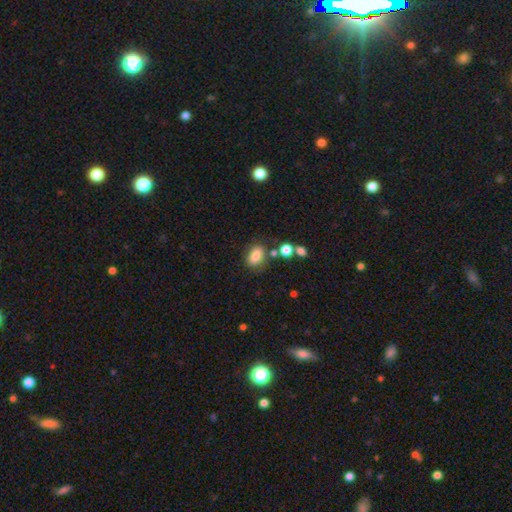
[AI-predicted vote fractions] The model was most divided on "merging": none: 70%, minor disturbance: 15%, merger: 10%, major disturbance: 5%. More confident: smooth or featured — smooth (82%); how rounded — in between (79%).